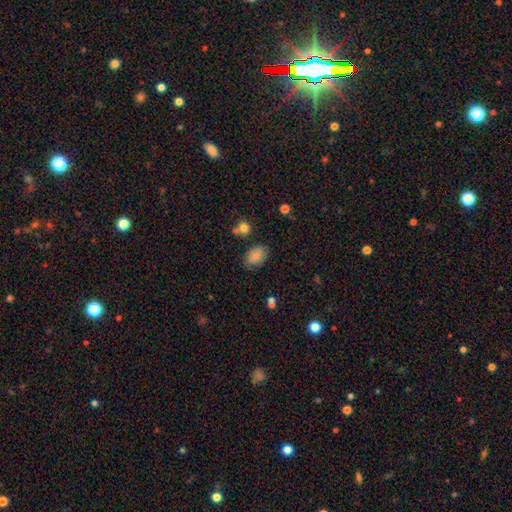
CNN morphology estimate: This appears to be a smooth galaxy with no disk features (82%) that is in between round and cigar-shaped (85%). Merging: none (73%).